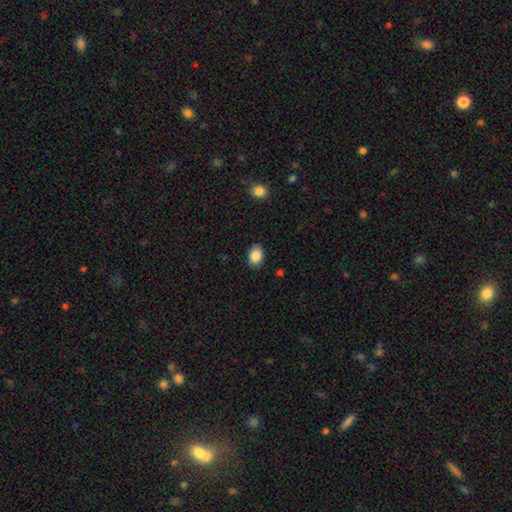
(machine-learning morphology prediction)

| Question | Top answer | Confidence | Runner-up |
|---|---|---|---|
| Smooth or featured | smooth | 87% | star or artifact (8%) |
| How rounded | in between | 74% | round (25%) |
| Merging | none | 88% | minor disturbance (9%) |